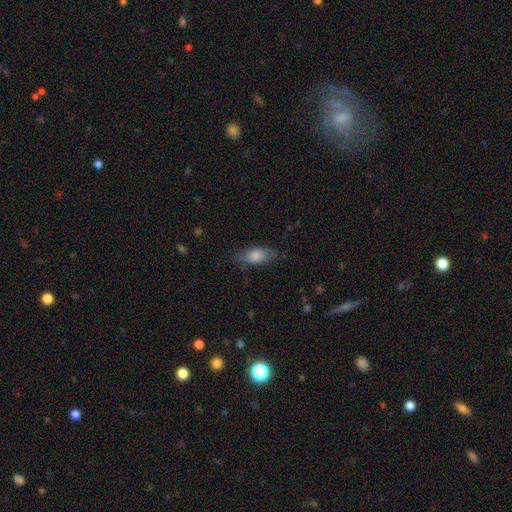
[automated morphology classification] Smooth or featured? Predicted: smooth (p=0.79). How rounded? Predicted: in between (p=0.83). Merging? Predicted: none (p=0.76).